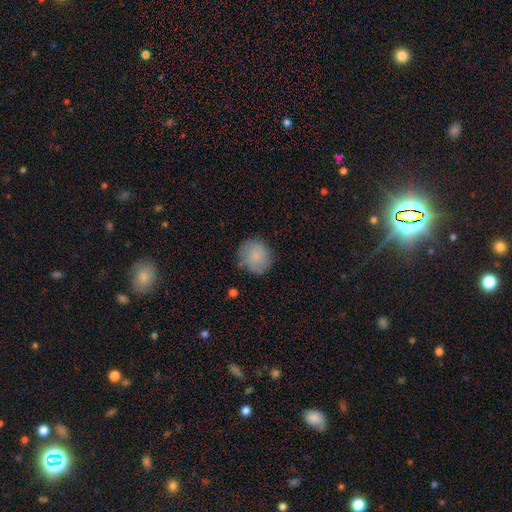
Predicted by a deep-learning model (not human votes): Q: Smooth or featured?
A: smooth (82%); runner-up: featured or disk (11%)
Q: How rounded?
A: round (88%); runner-up: in between (11%)
Q: Merging?
A: none (79%); runner-up: minor disturbance (16%)